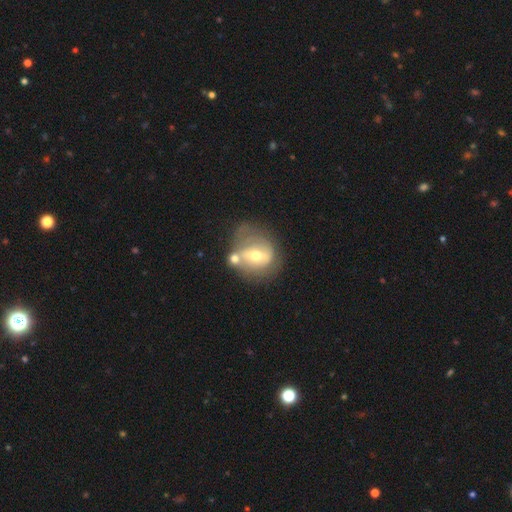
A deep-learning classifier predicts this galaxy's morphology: Q: Smooth or featured?
A: featured or disk (61%); runner-up: smooth (31%)
Q: Edge-on disk?
A: no (93%); runner-up: yes (7%)
Q: Bar?
A: weak (37%); runner-up: strong (36%)
Q: Spiral arms?
A: no (56%); runner-up: yes (44%)
Q: Bulge size?
A: moderate (65%); runner-up: small (27%)
Q: Merging?
A: none (39%); runner-up: merger (24%)